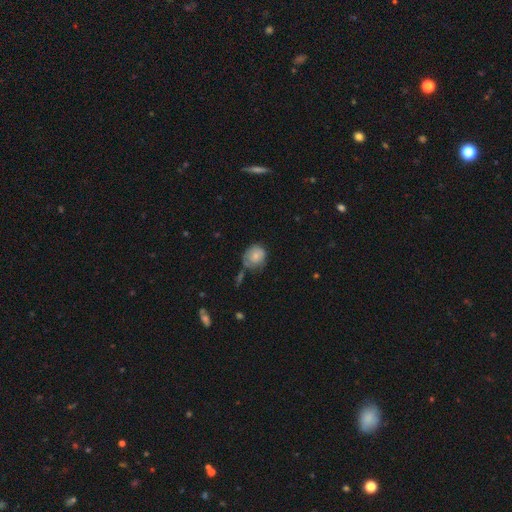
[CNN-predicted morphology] Q: Smooth or featured?
A: smooth (70%); runner-up: featured or disk (22%)
Q: How rounded?
A: round (74%); runner-up: in between (25%)
Q: Merging?
A: none (48%); runner-up: minor disturbance (31%)